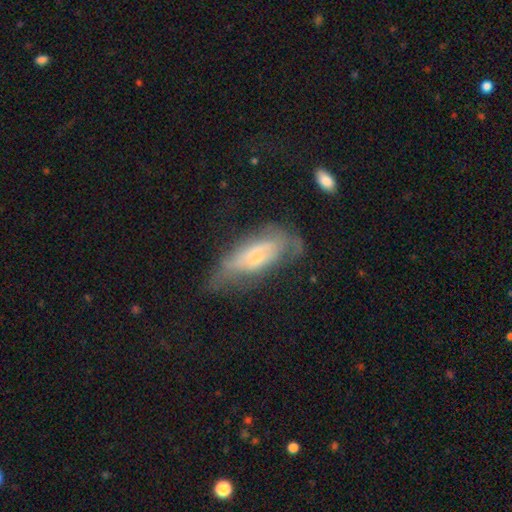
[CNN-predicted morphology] Smooth or featured?
  - featured or disk: 47% *
  - smooth: 44%
  - star or artifact: 9%
Merging?
  - none: 39% *
  - minor disturbance: 31%
  - major disturbance: 27%
  - merger: 4%